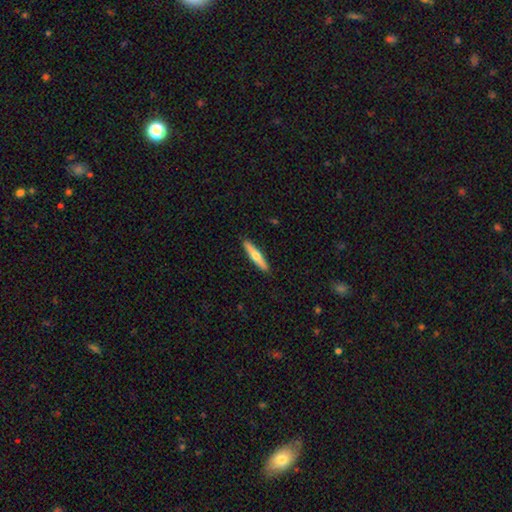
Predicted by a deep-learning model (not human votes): Overall: smooth (52%; featured or disk 43%). How rounded: cigar-shaped (86%). Merging: none (91%).